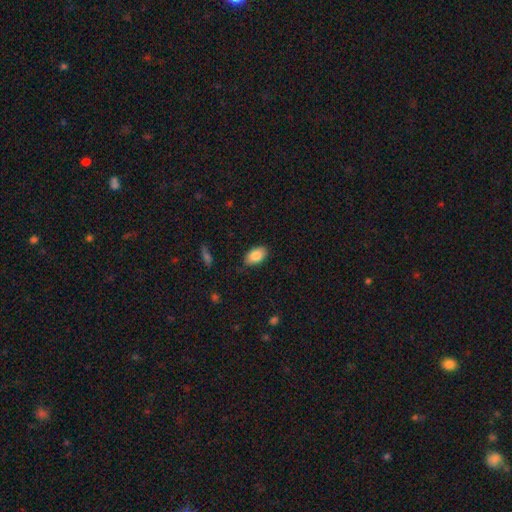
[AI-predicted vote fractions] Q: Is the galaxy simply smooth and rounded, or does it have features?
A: smooth — 84%.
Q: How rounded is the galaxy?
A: in between — 91%.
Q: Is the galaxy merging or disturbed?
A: none — 83%.